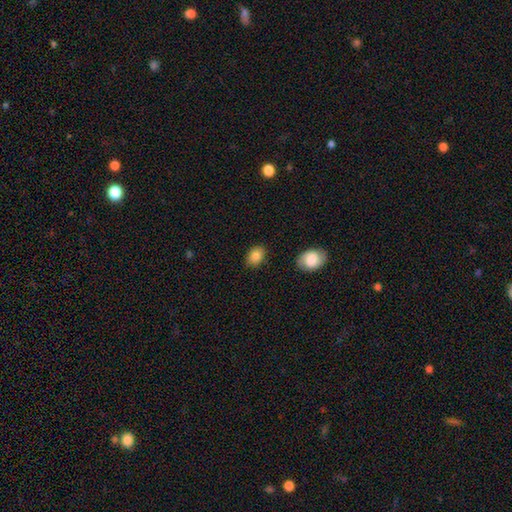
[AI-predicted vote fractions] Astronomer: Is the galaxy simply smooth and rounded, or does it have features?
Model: smooth — 86%.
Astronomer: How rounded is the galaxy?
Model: in between — 76%.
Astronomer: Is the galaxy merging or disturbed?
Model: none — 85%.